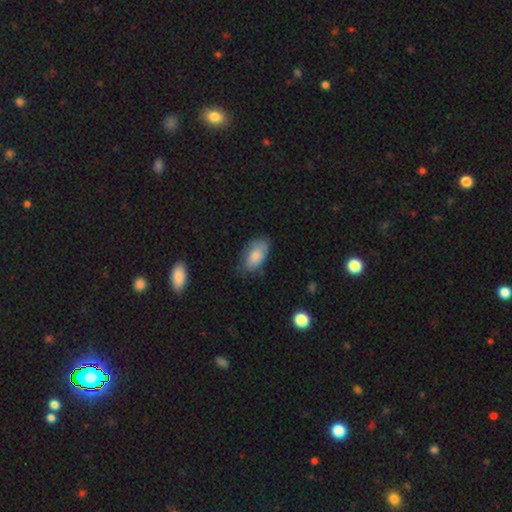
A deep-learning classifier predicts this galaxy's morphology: The model was most divided on "merging": none: 64%, minor disturbance: 27%, major disturbance: 7%, merger: 2%. More confident: how rounded — in between (93%); smooth or featured — smooth (75%).